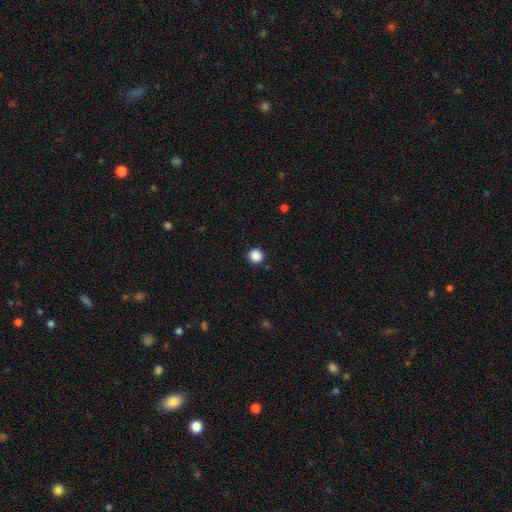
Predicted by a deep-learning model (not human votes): Morphology: type=smooth (87%); roundness=round (96%); merging=none (92%).